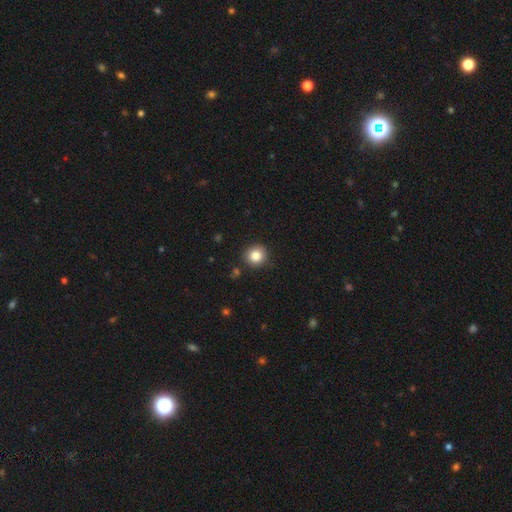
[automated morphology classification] A smooth galaxy with no disk features (84%) that is round (89%). Merging: none (89%).